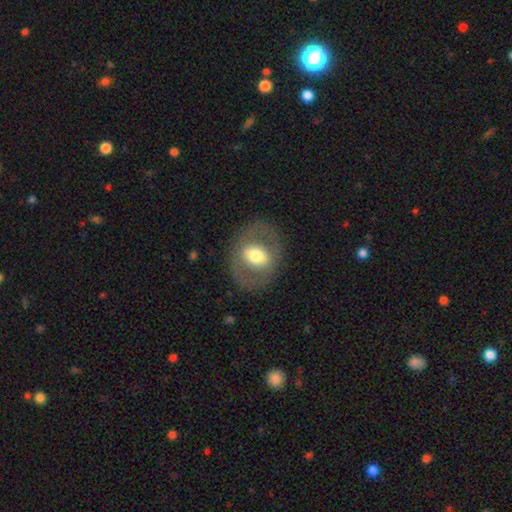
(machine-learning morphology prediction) Smooth or featured? Predicted: featured or disk (p=0.47). Merging? Predicted: none (p=0.79).